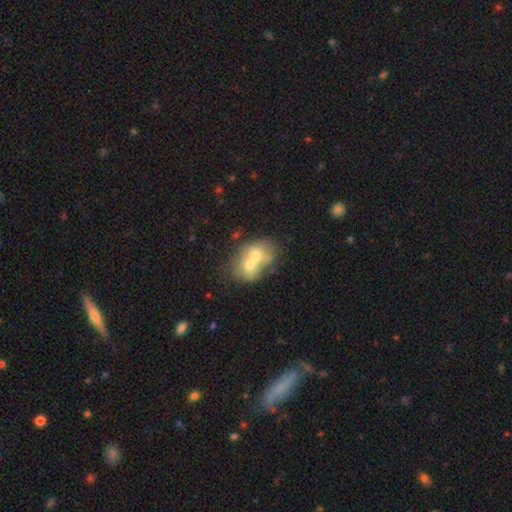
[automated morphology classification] type=smooth (62%); roundness=round (54%); merging=merger (76%).